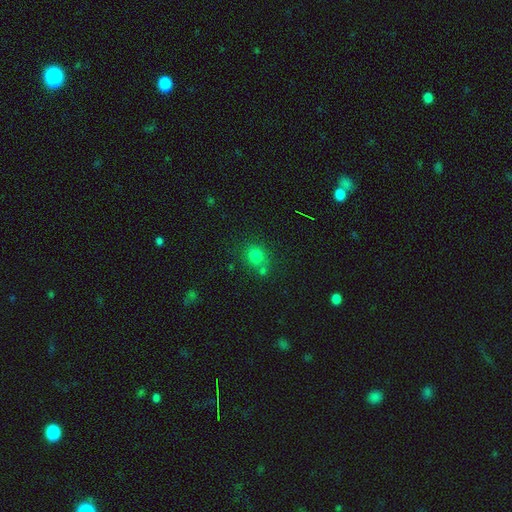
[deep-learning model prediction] This is likely a smooth galaxy (77%). How rounded: likely round (80%). Merging: likely none (62%).